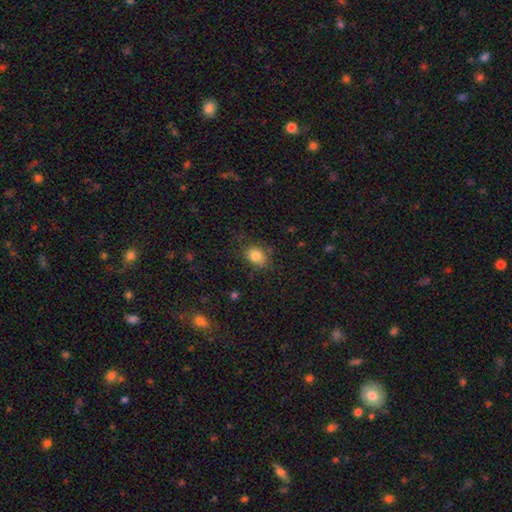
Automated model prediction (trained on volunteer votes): Smooth or featured? smooth (82%)
How rounded? in between (57%)
Merging? none (70%)